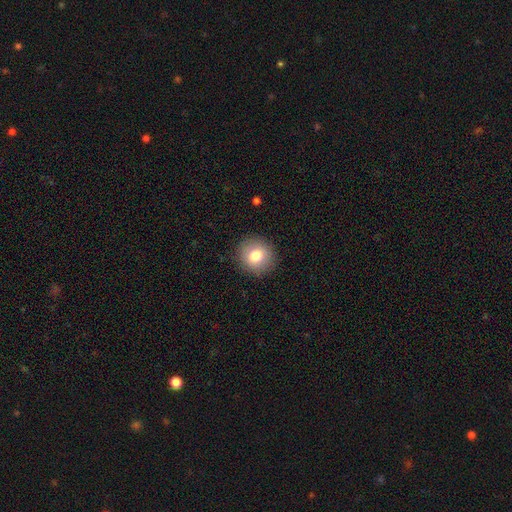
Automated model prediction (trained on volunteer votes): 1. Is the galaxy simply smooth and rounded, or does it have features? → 79% smooth, 11% featured or disk, 10% star or artifact.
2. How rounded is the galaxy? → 91% round, 8% in between, 1% cigar-shaped.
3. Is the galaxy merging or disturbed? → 90% none, 7% minor disturbance, 2% major disturbance, 1% merger.